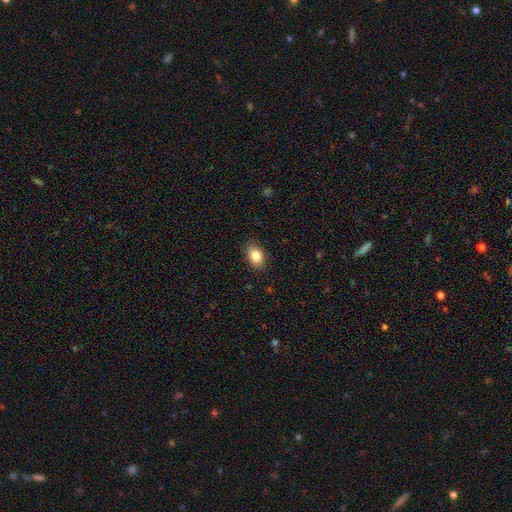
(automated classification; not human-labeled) Overall: smooth (84%). How rounded: in between (80%). Merging: none (85%).